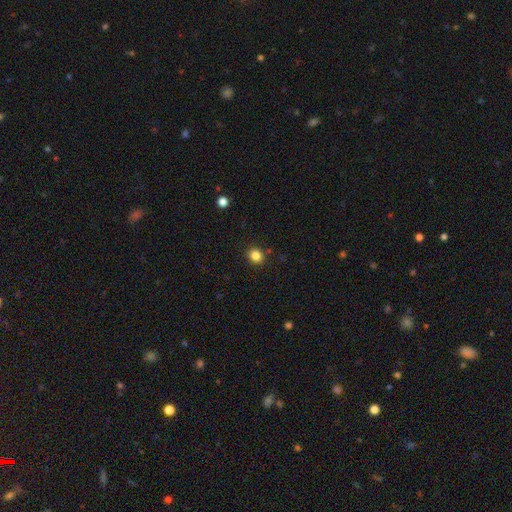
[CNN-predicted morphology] Smooth or featured? smooth (84%)
How rounded? round (76%)
Merging? none (88%)